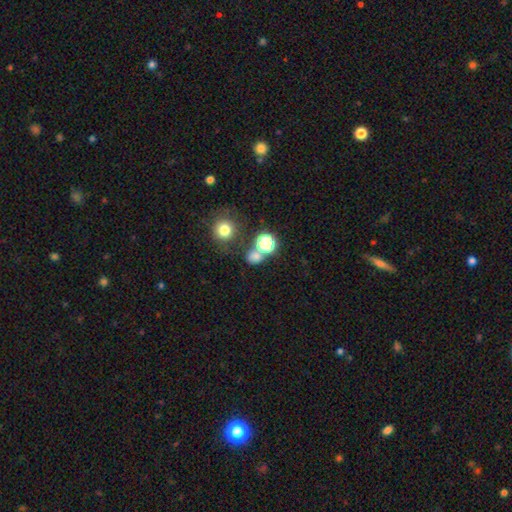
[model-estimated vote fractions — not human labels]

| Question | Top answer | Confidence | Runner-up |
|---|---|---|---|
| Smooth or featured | smooth | 66% | star or artifact (27%) |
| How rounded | round | 72% | in between (27%) |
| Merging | none | 61% | merger (23%) |